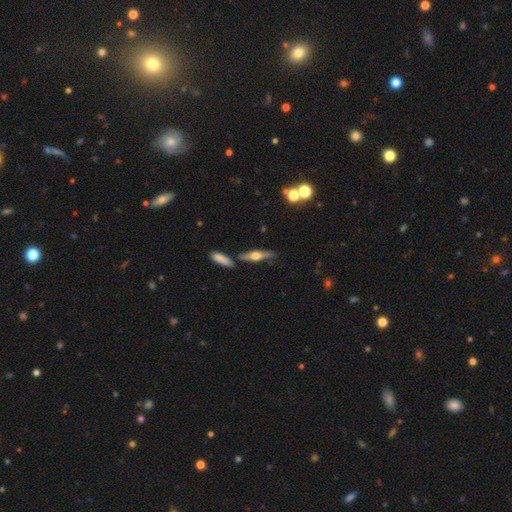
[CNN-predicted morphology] Smooth or featured?
  - featured or disk: 59% *
  - smooth: 34%
  - star or artifact: 7%
Edge-on disk?
  - yes: 93% *
  - no: 7%
Edge-on bulge?
  - rounded: 92% *
  - boxy: 5%
  - none: 3%
Merging?
  - none: 77% *
  - minor disturbance: 12%
  - merger: 8%
  - major disturbance: 3%